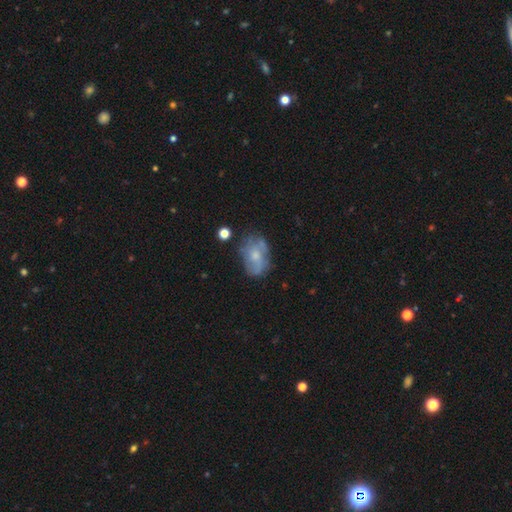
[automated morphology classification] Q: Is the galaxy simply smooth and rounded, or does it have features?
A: featured or disk — 47%.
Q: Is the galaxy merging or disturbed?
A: none — 51%.